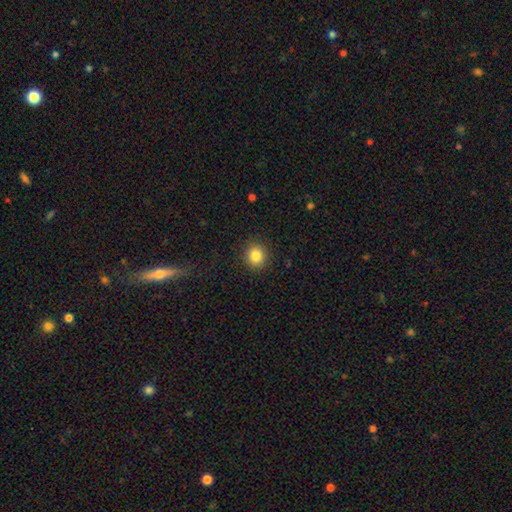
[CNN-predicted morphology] Smooth or featured? smooth (85%)
How rounded? round (86%)
Merging? none (90%)